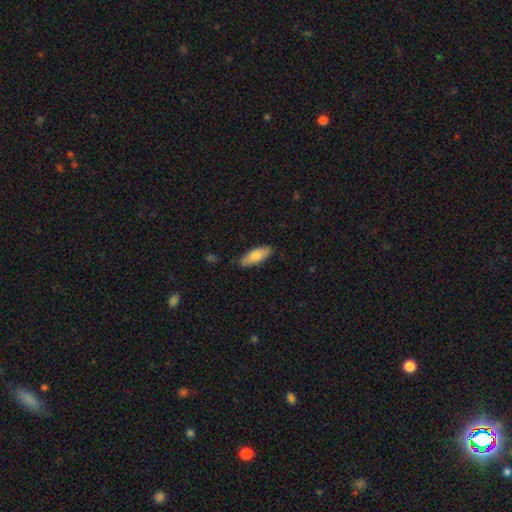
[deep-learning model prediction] Morphology: type=smooth (80%); roundness=in between (70%); merging=none (84%).